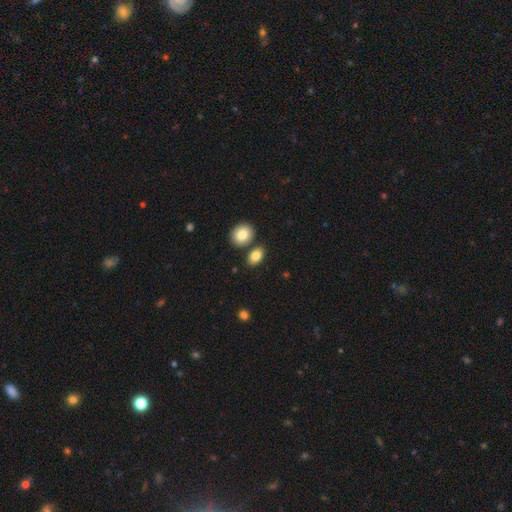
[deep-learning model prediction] The model was most divided on "merging": none: 70%, merger: 17%, minor disturbance: 10%, major disturbance: 3%. More confident: smooth or featured — smooth (84%); how rounded — in between (83%).